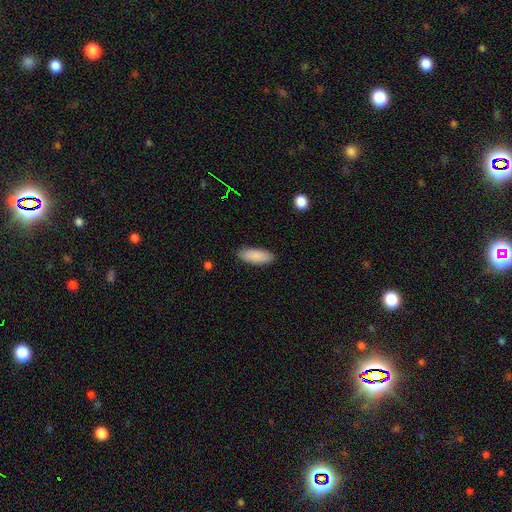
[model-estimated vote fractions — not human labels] Smooth or featured?
  - smooth: 89% *
  - star or artifact: 6%
  - featured or disk: 5%
How rounded?
  - in between: 78% *
  - cigar-shaped: 21%
  - round: 2%
Merging?
  - none: 88% *
  - minor disturbance: 9%
  - major disturbance: 2%
  - merger: 1%